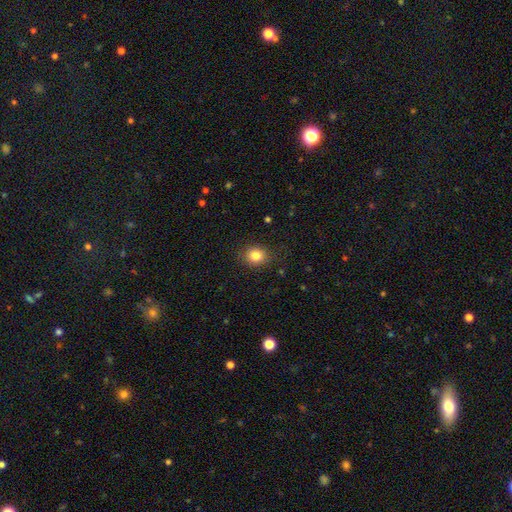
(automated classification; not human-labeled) A smooth galaxy with no disk features (83%) that is round (65%).

Vote fractions:
- Smooth or featured? smooth: 83% / star or artifact: 11% / featured or disk: 6%
- How rounded? round: 65% / in between: 34% / cigar-shaped: 1%
- Merging? none: 86% / minor disturbance: 11% / major disturbance: 3% / merger: 1%